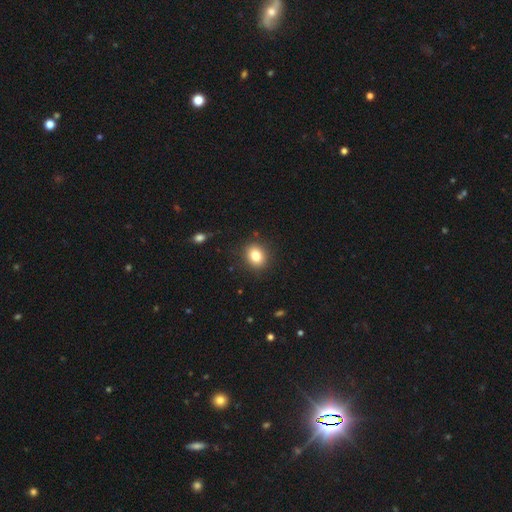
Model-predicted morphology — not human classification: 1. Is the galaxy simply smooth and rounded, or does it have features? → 82% smooth, 10% star or artifact, 8% featured or disk.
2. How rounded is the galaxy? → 56% round, 43% in between, 1% cigar-shaped.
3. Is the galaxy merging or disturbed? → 89% none, 8% minor disturbance, 2% major disturbance, 1% merger.